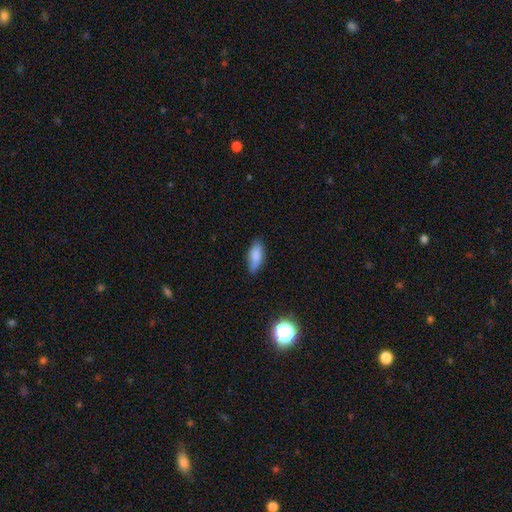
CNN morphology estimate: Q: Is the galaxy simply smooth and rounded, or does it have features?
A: smooth — 84%.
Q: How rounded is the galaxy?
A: in between — 73%.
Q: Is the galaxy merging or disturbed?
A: none — 75%.